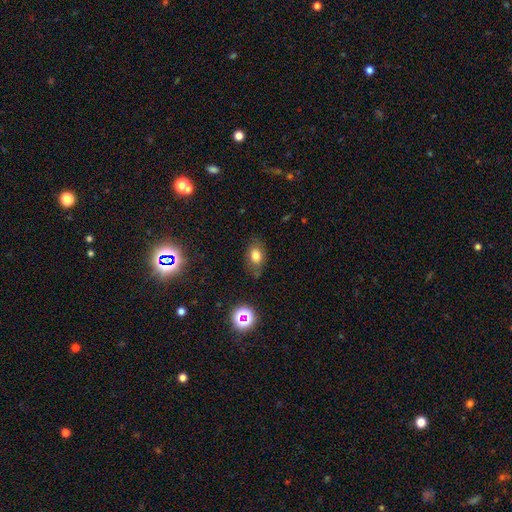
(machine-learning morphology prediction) The model was most divided on "merging": none: 75%, minor disturbance: 18%, major disturbance: 5%, merger: 2%. More confident: how rounded — in between (79%); smooth or featured — smooth (74%).